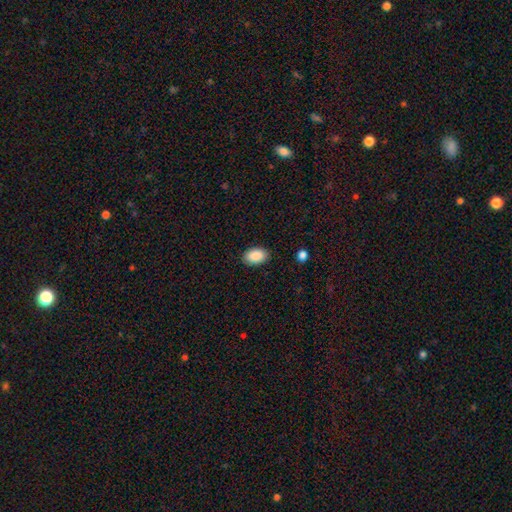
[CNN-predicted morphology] smooth_or_featured: smooth (p=0.90) [alt: star or artifact p=0.07]
how_rounded: in between (p=0.91) [alt: round p=0.08]
merging: none (p=0.88) [alt: minor disturbance p=0.09]